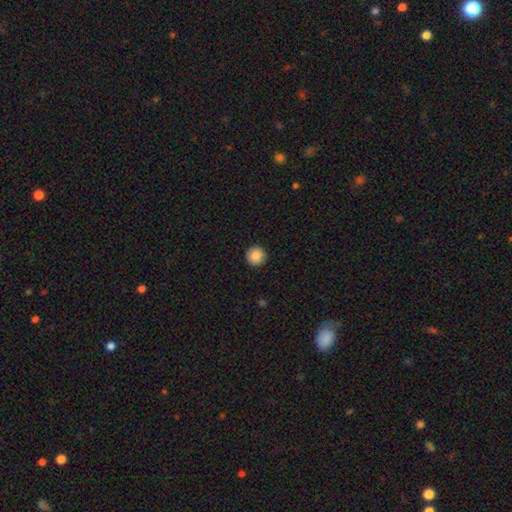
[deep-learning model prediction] smooth-or-featured: smooth: 89% | star or artifact: 8% | featured or disk: 3%
  how-rounded: round: 96% | in between: 3% | cigar-shaped: 1%
  merging: none: 93% | minor disturbance: 5% | major disturbance: 2% | merger: 1%